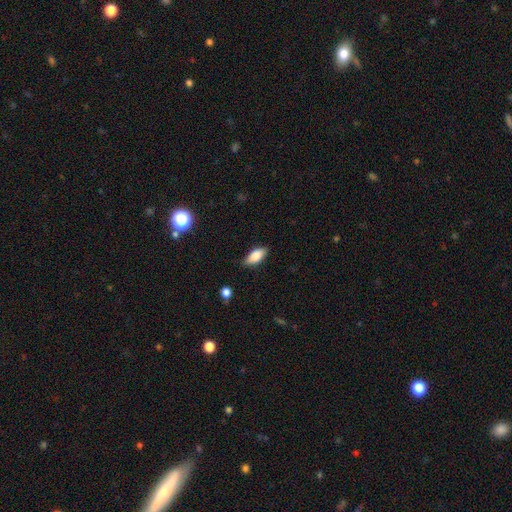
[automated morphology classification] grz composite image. It shows a smooth galaxy with no disk features (81%) that is in between round and cigar-shaped (86%). Merging: none (81%).